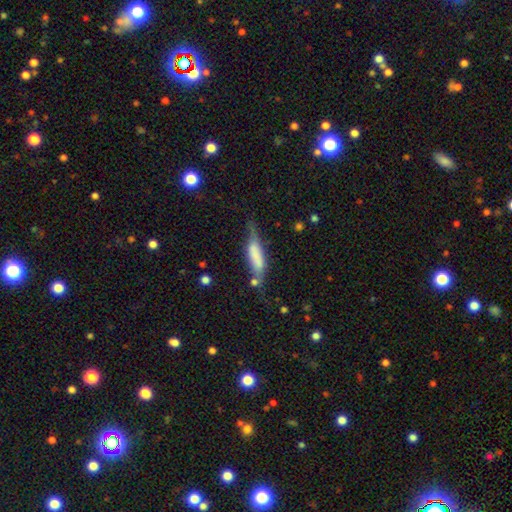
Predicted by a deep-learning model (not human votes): Smooth or featured?
  - smooth: 59% *
  - featured or disk: 34%
  - star or artifact: 8%
How rounded?
  - cigar-shaped: 64% *
  - in between: 33%
  - round: 2%
Merging?
  - none: 40% *
  - minor disturbance: 32%
  - major disturbance: 18%
  - merger: 9%